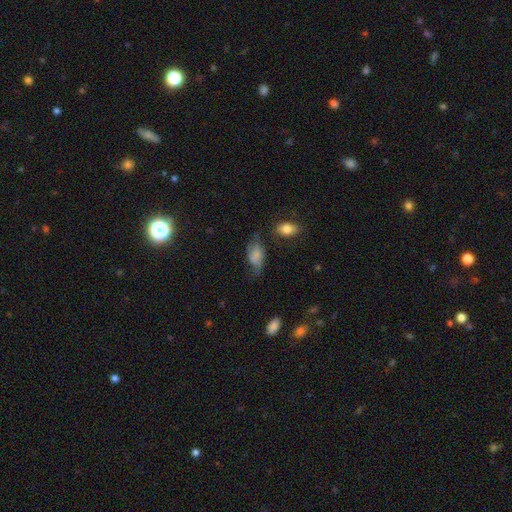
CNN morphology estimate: type=smooth (65%); roundness=in between (89%); merging=none (37%).